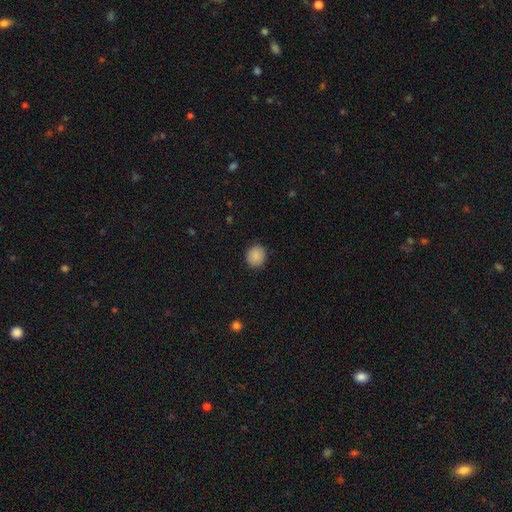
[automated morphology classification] Smooth or featured?
  - smooth: 88% *
  - star or artifact: 8%
  - featured or disk: 4%
How rounded?
  - round: 84% *
  - in between: 15%
  - cigar-shaped: 1%
Merging?
  - none: 90% *
  - minor disturbance: 7%
  - major disturbance: 2%
  - merger: 1%